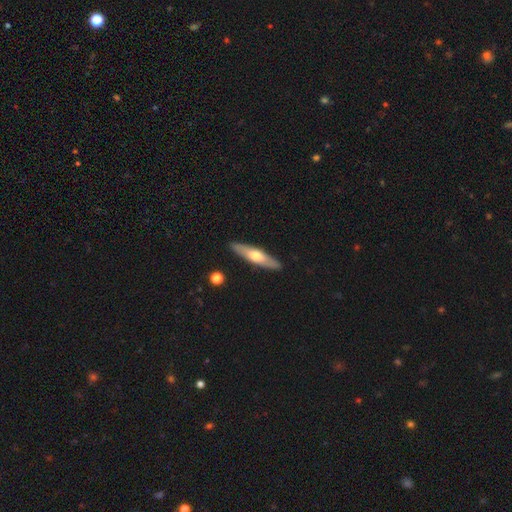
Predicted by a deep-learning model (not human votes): Morphology: type=featured or disk (49%); merging=none (90%).